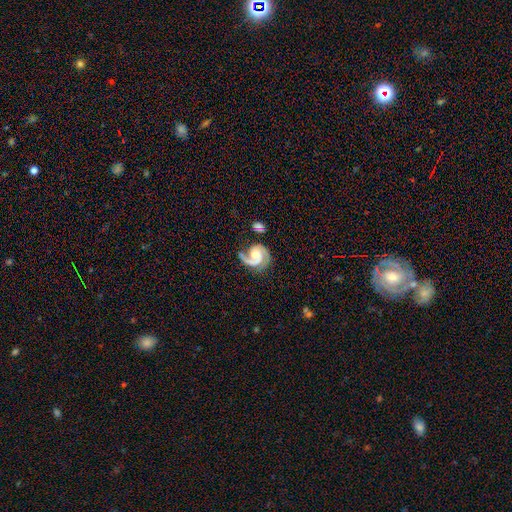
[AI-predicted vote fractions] Q: Smooth or featured?
A: featured or disk (90%); runner-up: smooth (6%)
Q: Edge-on disk?
A: no (98%); runner-up: yes (2%)
Q: Bar?
A: no (66%); runner-up: weak (27%)
Q: Spiral arms?
A: yes (98%); runner-up: no (2%)
Q: Spiral winding?
A: medium (47%); runner-up: tight (41%)
Q: Spiral arm count?
A: 2 (80%); runner-up: 1 (12%)
Q: Bulge size?
A: moderate (53%); runner-up: small (33%)
Q: Merging?
A: none (60%); runner-up: minor disturbance (19%)